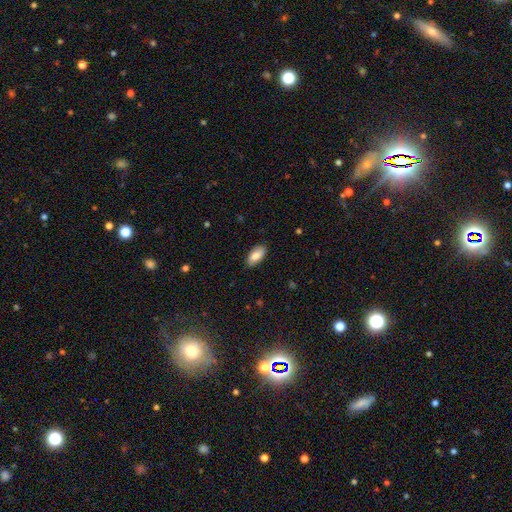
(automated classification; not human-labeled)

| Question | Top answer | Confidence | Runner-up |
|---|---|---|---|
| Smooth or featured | smooth | 82% | featured or disk (12%) |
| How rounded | in between | 92% | cigar-shaped (6%) |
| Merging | none | 86% | minor disturbance (11%) |